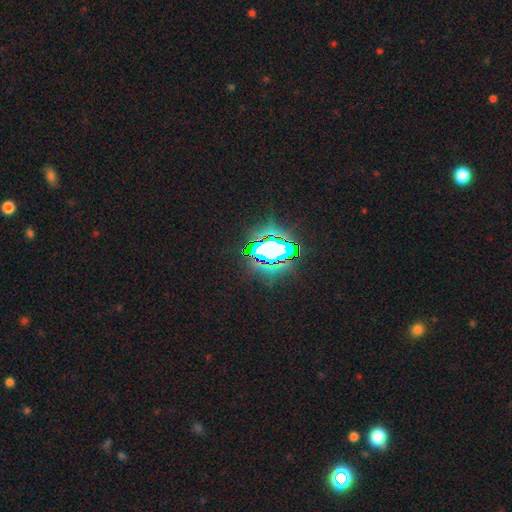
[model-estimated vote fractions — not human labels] Smooth or featured? star or artifact (68%)